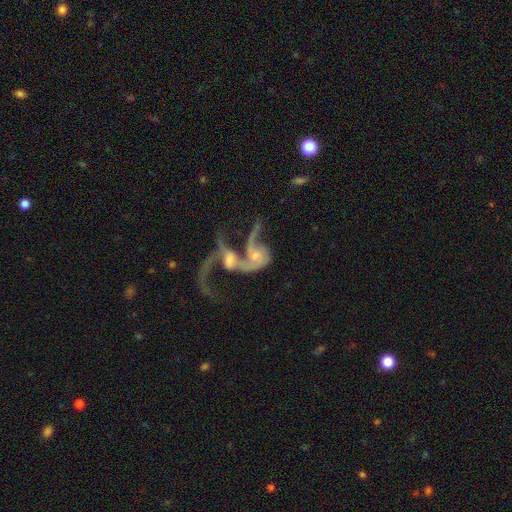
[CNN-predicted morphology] The model was most divided on "bulge size": moderate: 40%, small: 36%, none: 16%, large: 6%, dominant: 2%. More confident: edge-on disk — no (96%); spiral arms — yes (85%); smooth or featured — featured or disk (78%); spiral winding — loose (75%); merging — merger (74%); bar — no (65%); spiral arm count — 2 (54%).